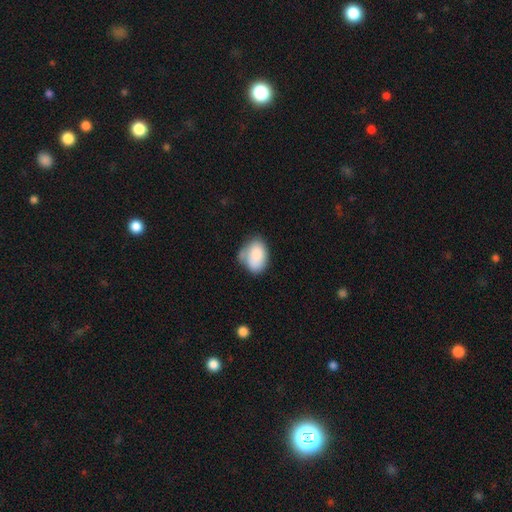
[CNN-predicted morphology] This appears to be a smooth galaxy with no disk features (83%) that is in between round and cigar-shaped (83%). Merging: none (44%).